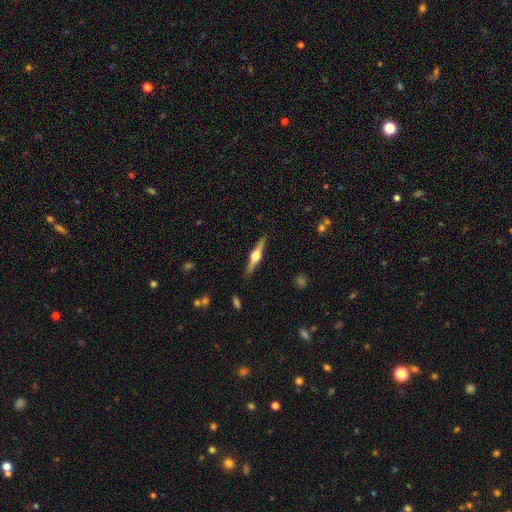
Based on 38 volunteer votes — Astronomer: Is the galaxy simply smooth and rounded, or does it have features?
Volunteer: featured or disk — 92%.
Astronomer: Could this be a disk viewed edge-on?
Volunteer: yes — 100%.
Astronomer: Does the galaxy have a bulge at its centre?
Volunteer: rounded — 94%.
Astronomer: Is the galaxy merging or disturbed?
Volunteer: none — 83%.